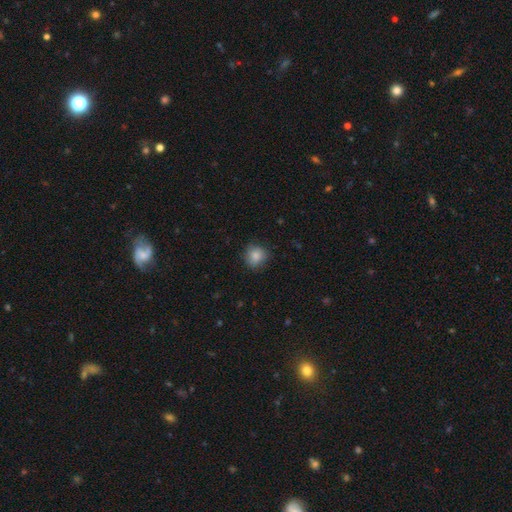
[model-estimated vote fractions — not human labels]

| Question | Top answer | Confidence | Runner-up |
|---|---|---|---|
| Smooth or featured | smooth | 85% | star or artifact (9%) |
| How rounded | round | 87% | in between (12%) |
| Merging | none | 81% | minor disturbance (15%) |